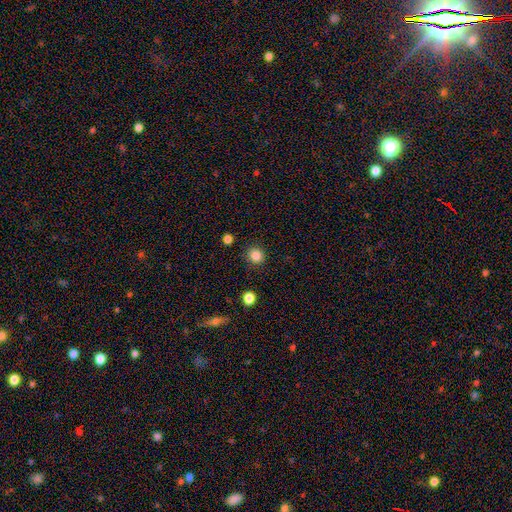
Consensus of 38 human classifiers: Smooth or featured? 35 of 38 (92%) said smooth. How rounded? 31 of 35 (89%) said round. Merging? 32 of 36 (89%) said none.